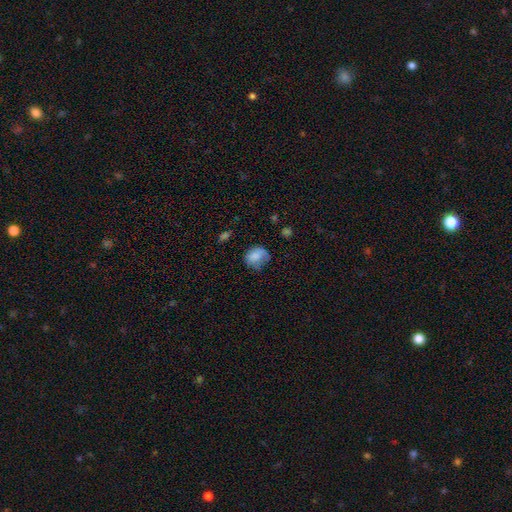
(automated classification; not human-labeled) Smooth or featured: smooth — 76% (featured or disk — 15%)
How rounded: round — 61% (in between — 38%)
Merging: none — 50% (minor disturbance — 32%)